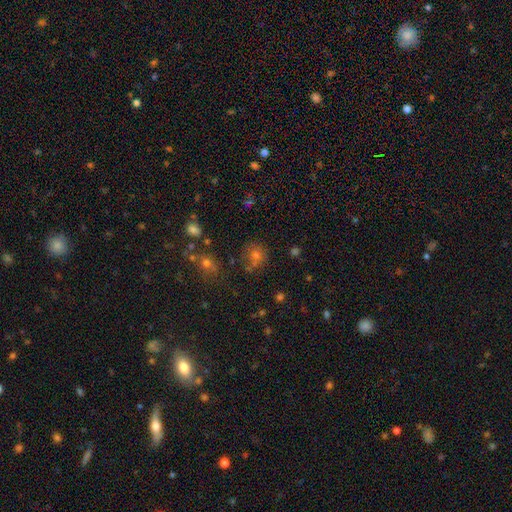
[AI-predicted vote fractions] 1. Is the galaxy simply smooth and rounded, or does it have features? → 59% smooth, 31% star or artifact, 10% featured or disk.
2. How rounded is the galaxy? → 83% round, 16% in between, 1% cigar-shaped.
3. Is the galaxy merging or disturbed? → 71% none, 14% minor disturbance, 8% merger, 6% major disturbance.